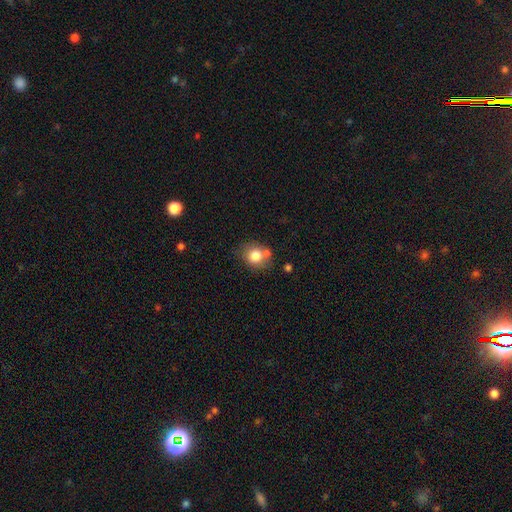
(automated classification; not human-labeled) smooth-or-featured: smooth: 79% | featured or disk: 12% | star or artifact: 10%
  how-rounded: round: 71% | in between: 28% | cigar-shaped: 1%
  merging: none: 59% | merger: 19% | minor disturbance: 17% | major disturbance: 5%